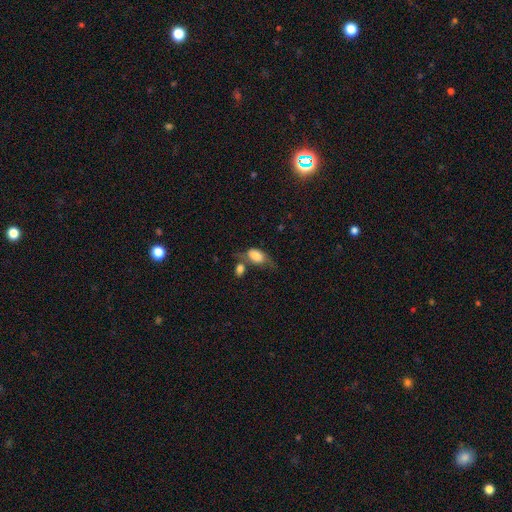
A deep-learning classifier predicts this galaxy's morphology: Smooth or featured? Predicted: smooth (p=0.70). How rounded? Predicted: in between (p=0.88). Merging? Predicted: merger (p=0.32).